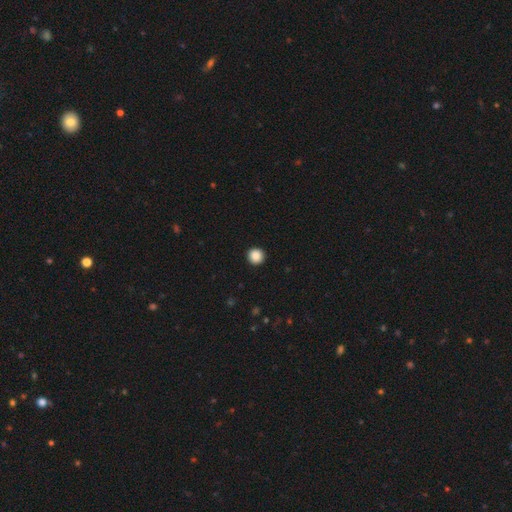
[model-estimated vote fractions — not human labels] The model was most divided on "smooth or featured": smooth: 88%, star or artifact: 9%, featured or disk: 3%. More confident: how rounded — round (96%); merging — none (93%).